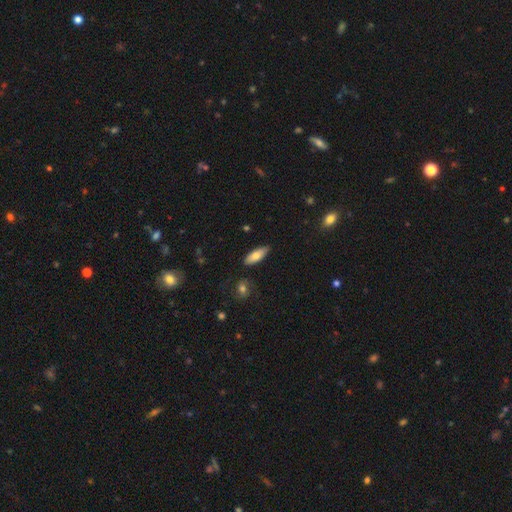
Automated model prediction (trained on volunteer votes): Smooth or featured? smooth (75%)
How rounded? in between (68%)
Merging? none (83%)